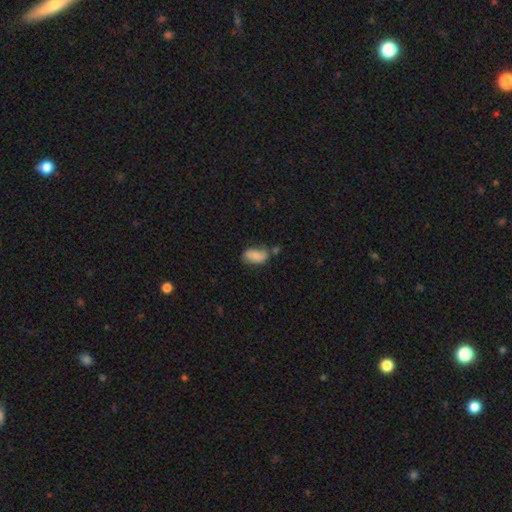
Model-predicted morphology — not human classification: A smooth galaxy with no disk features (74%) that is in between round and cigar-shaped (92%).

Vote fractions:
- Smooth or featured? smooth: 74% / featured or disk: 19% / star or artifact: 7%
- How rounded? in between: 92% / round: 5% / cigar-shaped: 3%
- Merging? none: 53% / minor disturbance: 27% / merger: 13% / major disturbance: 7%